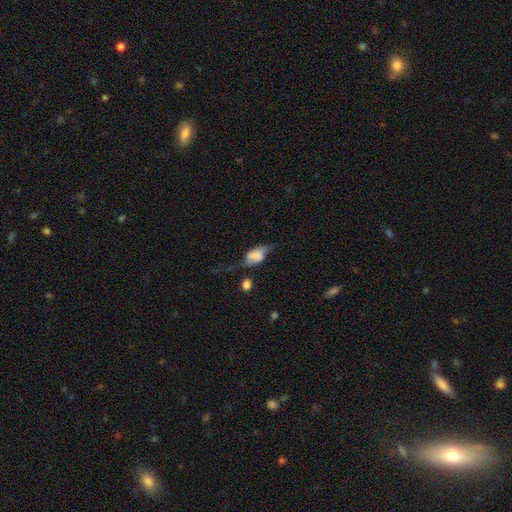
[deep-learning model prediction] A featured or disk galaxy (47%). Merging: none (37%).